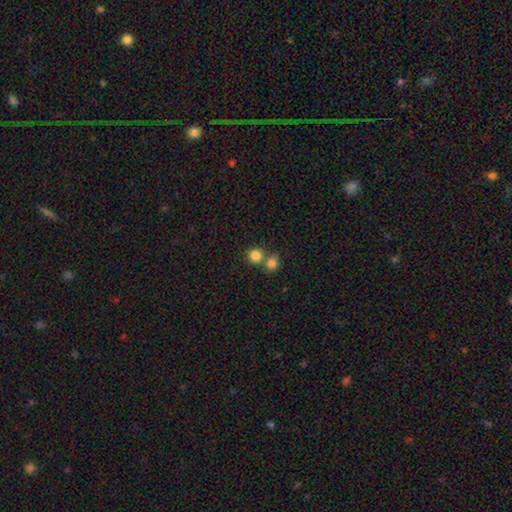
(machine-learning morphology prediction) smooth 83%, star or artifact 11%, featured or disk 6%. Down the decision tree: how rounded — round (88%); merging — none (53%).